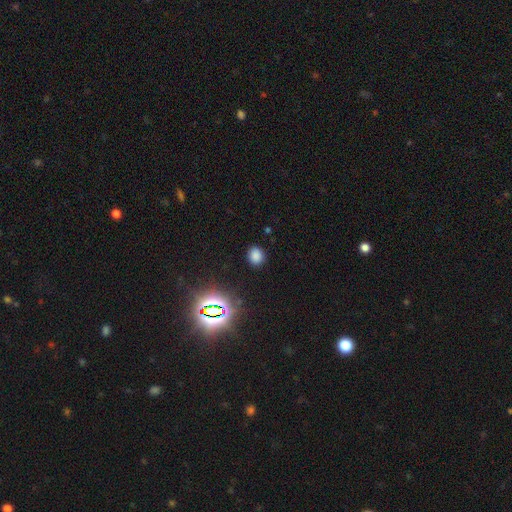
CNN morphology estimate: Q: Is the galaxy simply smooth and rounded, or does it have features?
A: smooth — 74%.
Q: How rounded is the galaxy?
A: round — 63%.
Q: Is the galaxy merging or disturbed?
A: none — 87%.